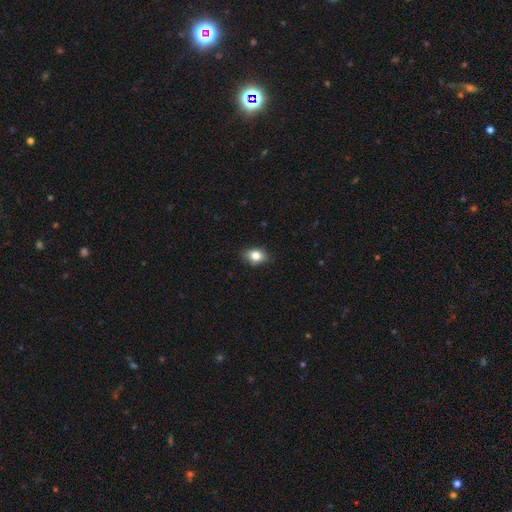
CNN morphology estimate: Smooth or featured? Predicted: smooth (p=0.80). How rounded? Predicted: in between (p=0.71). Merging? Predicted: none (p=0.83).